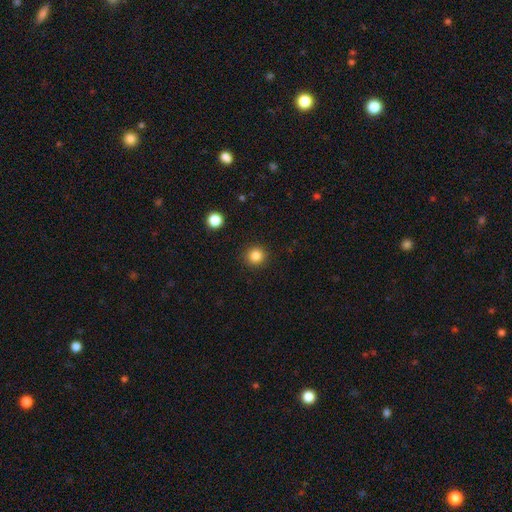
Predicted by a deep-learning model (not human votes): Smooth or featured?
  - smooth: 84% *
  - star or artifact: 12%
  - featured or disk: 4%
How rounded?
  - round: 94% *
  - in between: 5%
  - cigar-shaped: 1%
Merging?
  - none: 91% *
  - minor disturbance: 5%
  - major disturbance: 2%
  - merger: 1%